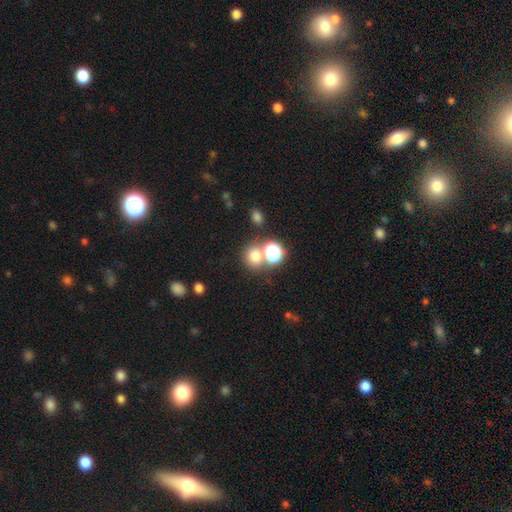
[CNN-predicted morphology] Smooth or featured?
  - smooth: 70% *
  - star or artifact: 22%
  - featured or disk: 8%
How rounded?
  - round: 80% *
  - in between: 19%
  - cigar-shaped: 1%
Merging?
  - none: 60% *
  - merger: 27%
  - minor disturbance: 8%
  - major disturbance: 5%